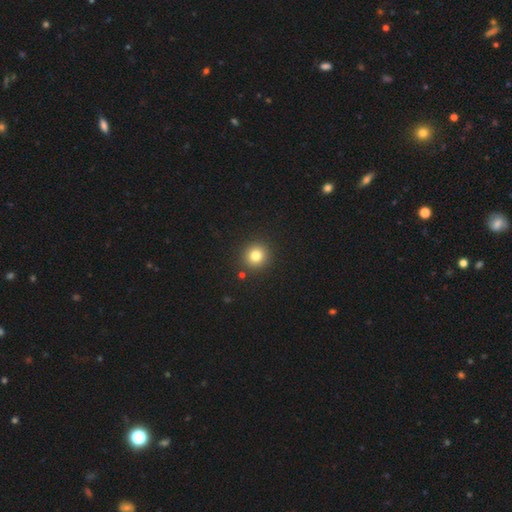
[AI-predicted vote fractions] Overall: smooth (81%). How rounded: round (92%). Merging: none (90%).